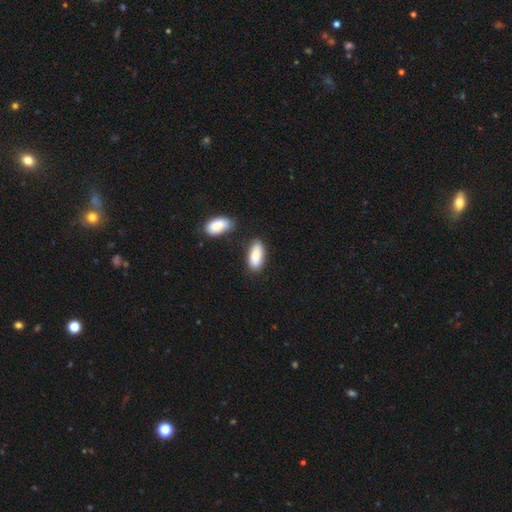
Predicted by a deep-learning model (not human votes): Smooth or featured? smooth (85%)
How rounded? in between (84%)
Merging? none (72%)